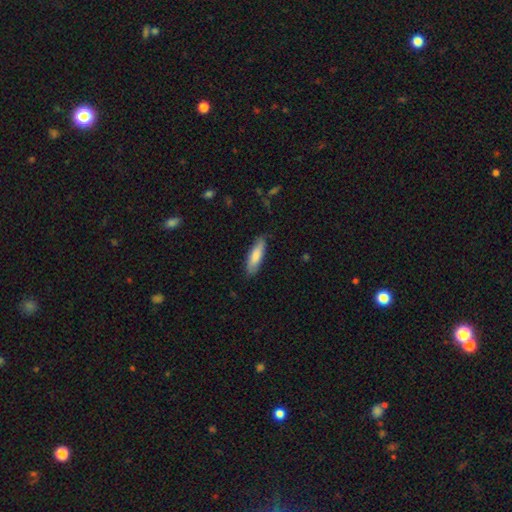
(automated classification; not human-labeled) smooth-or-featured: smooth: 81% | featured or disk: 14% | star or artifact: 5%
  how-rounded: cigar-shaped: 53% | in between: 45% | round: 2%
  merging: none: 84% | minor disturbance: 13% | major disturbance: 2% | merger: 1%